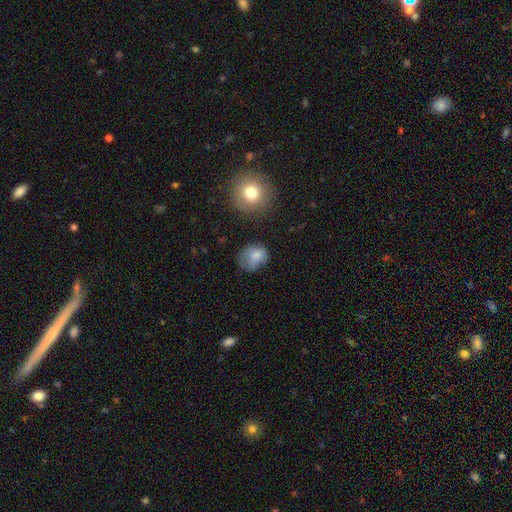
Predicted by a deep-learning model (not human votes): Q: Smooth or featured?
A: smooth (77%); runner-up: featured or disk (14%)
Q: How rounded?
A: round (51%); runner-up: in between (48%)
Q: Merging?
A: none (44%); runner-up: minor disturbance (33%)